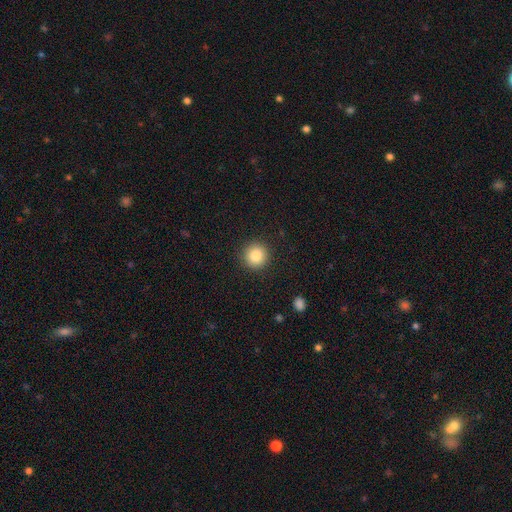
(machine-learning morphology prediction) A smooth galaxy with no disk features (84%) that is round (94%). Merging: none (91%).